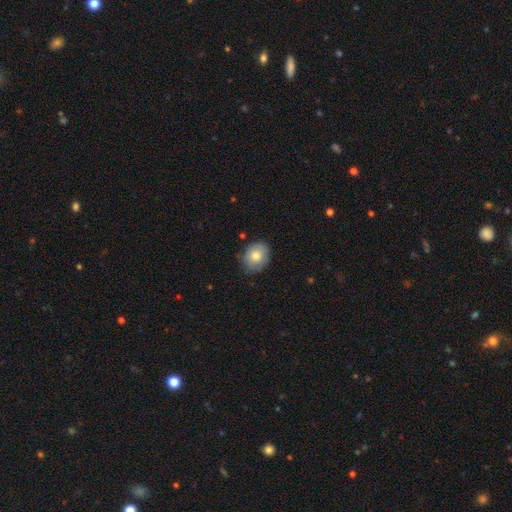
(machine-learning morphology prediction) smooth 74%, featured or disk 18%, star or artifact 8%. Down the decision tree: how rounded — round (57%); merging — none (79%).